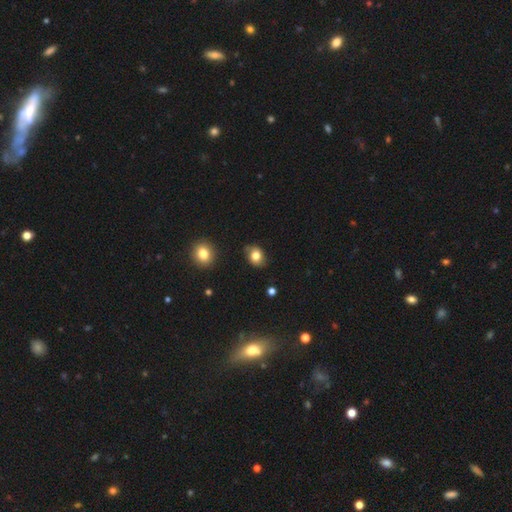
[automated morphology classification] smooth-or-featured: smooth: 77% | featured or disk: 13% | star or artifact: 10%
  how-rounded: in between: 57% | round: 42% | cigar-shaped: 1%
  merging: none: 79% | minor disturbance: 16% | major disturbance: 3% | merger: 2%